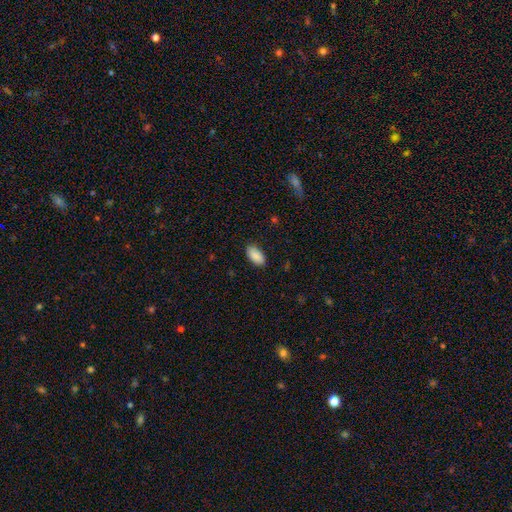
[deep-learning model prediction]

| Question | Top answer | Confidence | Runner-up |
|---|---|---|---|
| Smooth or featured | smooth | 90% | star or artifact (6%) |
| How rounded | in between | 94% | cigar-shaped (4%) |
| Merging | none | 86% | minor disturbance (11%) |